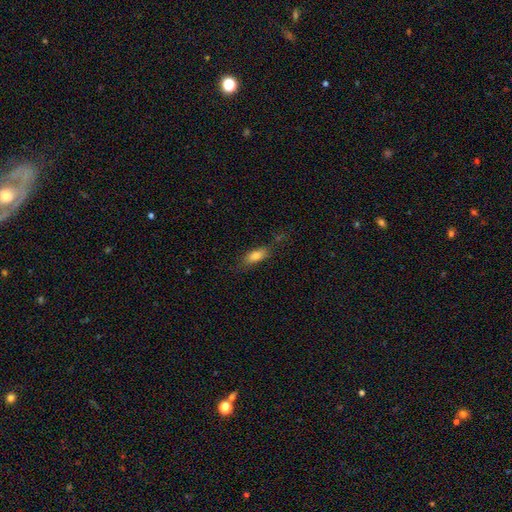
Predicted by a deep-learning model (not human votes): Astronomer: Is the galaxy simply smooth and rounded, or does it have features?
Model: smooth — 77%.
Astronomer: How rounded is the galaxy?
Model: in between — 72%.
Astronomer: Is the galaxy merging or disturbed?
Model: none — 68%.